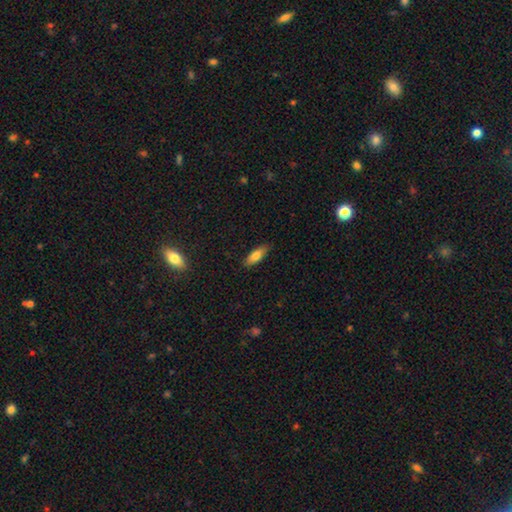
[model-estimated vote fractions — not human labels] Overall: smooth (76%). How rounded: in between (64%; cigar-shaped 33%). Merging: none (85%).